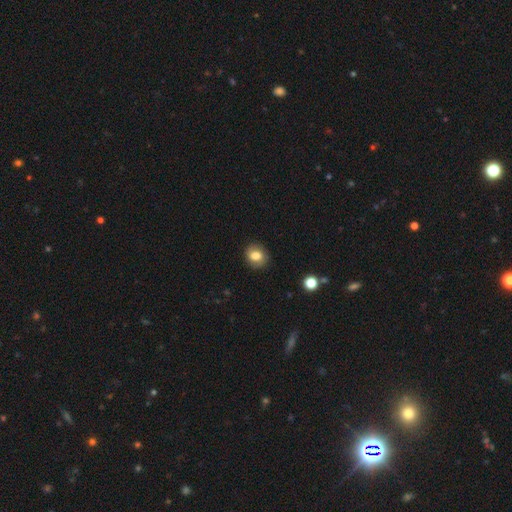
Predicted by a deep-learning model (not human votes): Smooth or featured: smooth — 79% (featured or disk — 12%)
How rounded: round — 70% (in between — 29%)
Merging: none — 87% (minor disturbance — 9%)